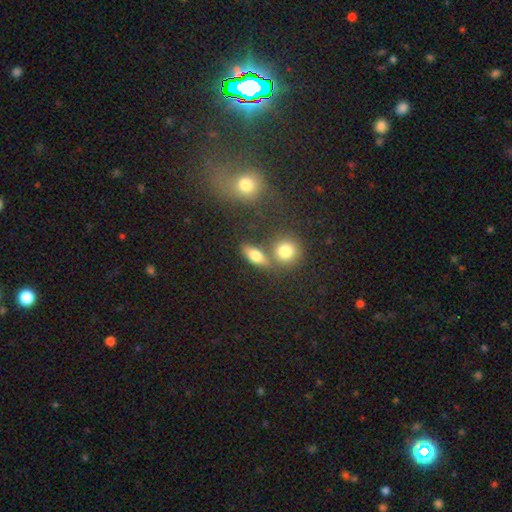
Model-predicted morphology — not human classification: This appears to be a smooth galaxy with no disk features (71%) that is in between round and cigar-shaped (59%). Merging: none (63%).